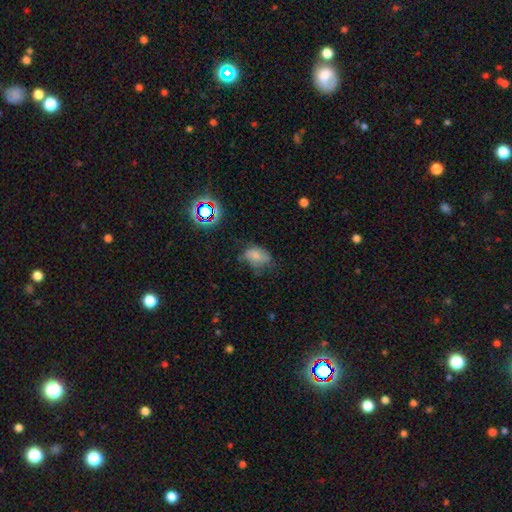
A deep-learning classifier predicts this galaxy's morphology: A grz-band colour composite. It shows a smooth galaxy with no disk features (66%) that is in between round and cigar-shaped (80%). Merging: none (45%).